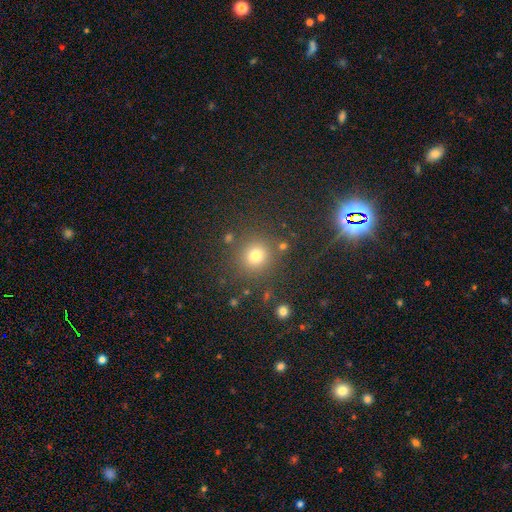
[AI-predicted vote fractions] A smooth galaxy with no disk features (74%) that is round (92%). Merging: none (83%).